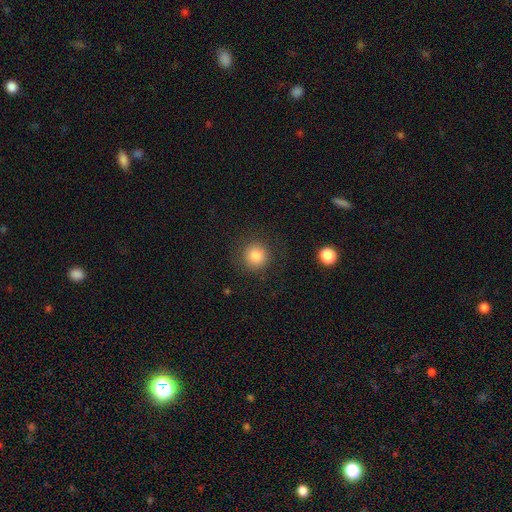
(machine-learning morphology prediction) Smooth or featured?
  - smooth: 84% *
  - star or artifact: 10%
  - featured or disk: 6%
How rounded?
  - round: 93% *
  - in between: 6%
  - cigar-shaped: 1%
Merging?
  - none: 86% *
  - minor disturbance: 9%
  - major disturbance: 4%
  - merger: 1%